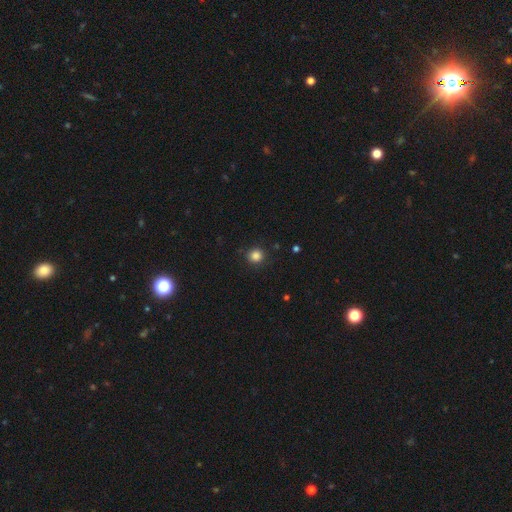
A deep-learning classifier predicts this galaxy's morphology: Smooth or featured? smooth (84%)
How rounded? round (91%)
Merging? none (89%)